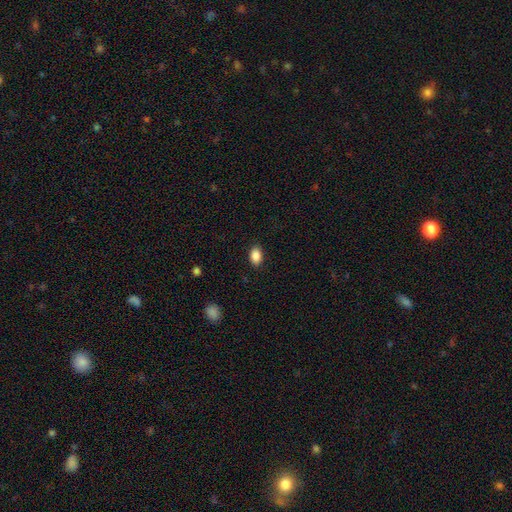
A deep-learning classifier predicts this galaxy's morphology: smooth-or-featured: smooth: 88% | star or artifact: 8% | featured or disk: 3%
  how-rounded: in between: 84% | round: 15% | cigar-shaped: 1%
  merging: none: 88% | minor disturbance: 9% | major disturbance: 2% | merger: 1%